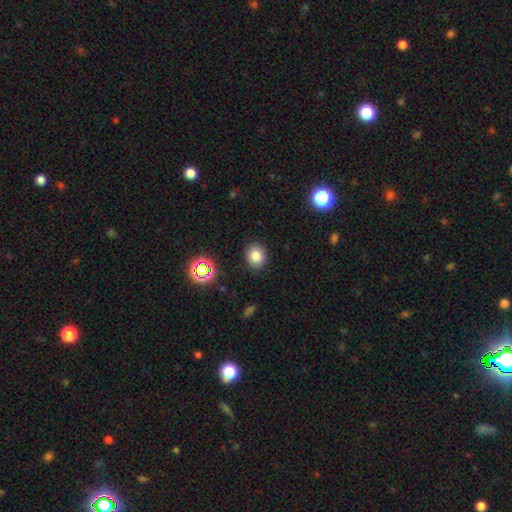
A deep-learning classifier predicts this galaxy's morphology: Smooth or featured? smooth (79%)
How rounded? round (59%)
Merging? none (88%)